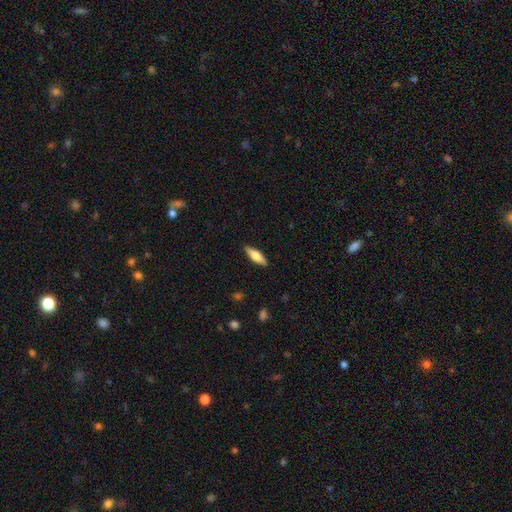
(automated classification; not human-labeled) smooth_or_featured: smooth (p=0.66) [alt: featured or disk p=0.28]
how_rounded: cigar-shaped (p=0.53) [alt: in between p=0.45]
merging: none (p=0.89) [alt: minor disturbance p=0.08]